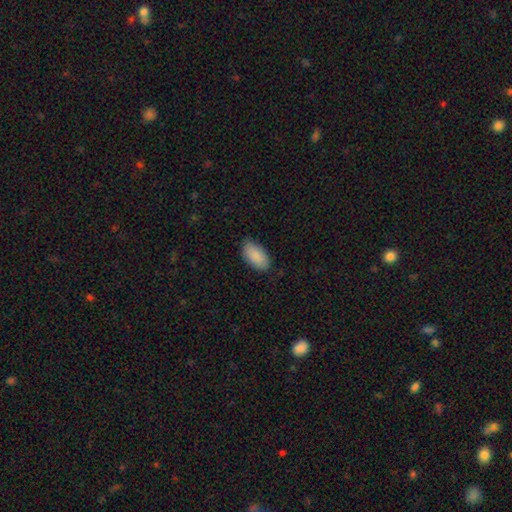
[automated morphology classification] smooth-or-featured: smooth: 90% | star or artifact: 6% | featured or disk: 5%
  how-rounded: in between: 95% | cigar-shaped: 2% | round: 2%
  merging: none: 82% | minor disturbance: 15% | major disturbance: 2% | merger: 1%